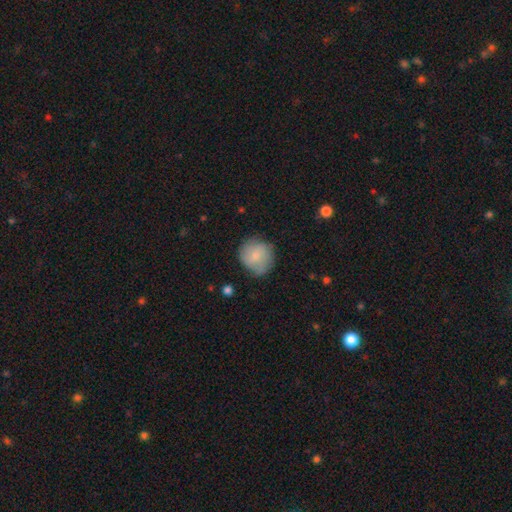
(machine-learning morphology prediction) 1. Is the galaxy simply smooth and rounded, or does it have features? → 70% smooth, 23% featured or disk, 7% star or artifact.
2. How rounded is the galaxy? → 88% round, 11% in between, 1% cigar-shaped.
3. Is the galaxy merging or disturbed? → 68% none, 24% minor disturbance, 6% major disturbance, 2% merger.